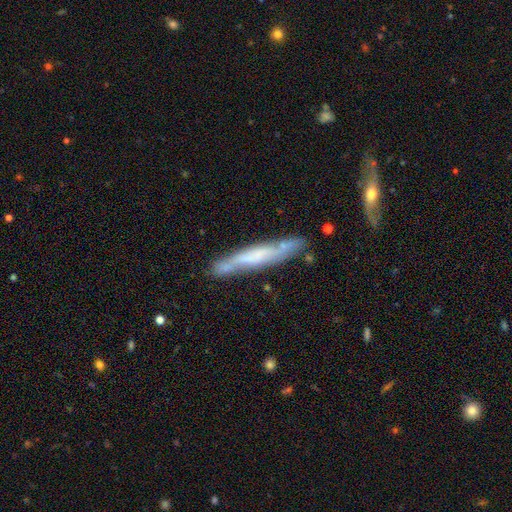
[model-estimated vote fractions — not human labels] A featured or disk galaxy (57%) viewed edge-on (80%). Merging: none (75%).